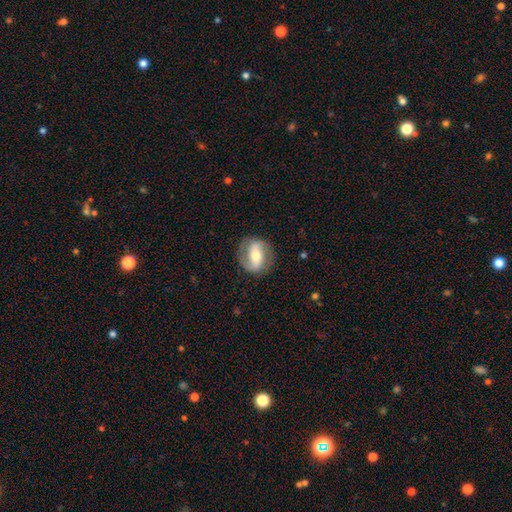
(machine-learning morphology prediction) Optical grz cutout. It shows a featured or disk galaxy (74%) with a strong bar (47%), 2 (88%) medium (44%) spiral arms (82%) and a moderate central bulge (63%). Merging: none (83%).